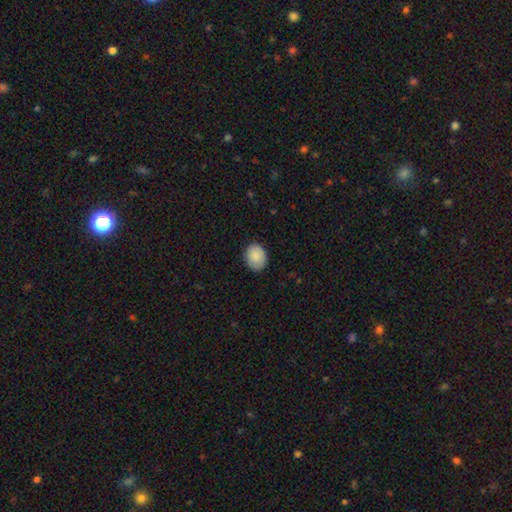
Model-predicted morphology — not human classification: Smooth or featured?
  - smooth: 88% *
  - star or artifact: 7%
  - featured or disk: 5%
How rounded?
  - in between: 54% *
  - round: 45%
  - cigar-shaped: 1%
Merging?
  - none: 85% *
  - minor disturbance: 12%
  - major disturbance: 2%
  - merger: 1%